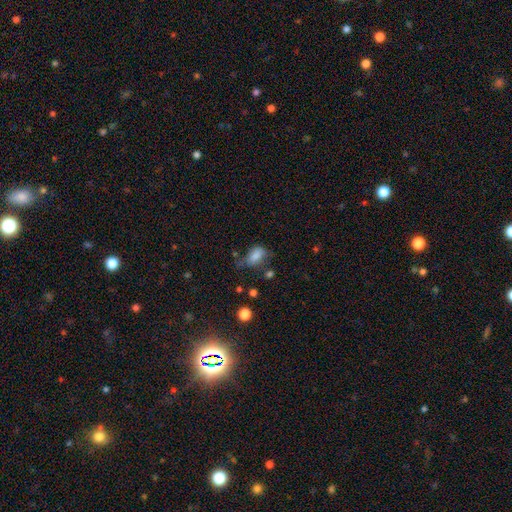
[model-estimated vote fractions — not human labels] Smooth or featured? smooth (80%)
How rounded? in between (87%)
Merging? none (45%)